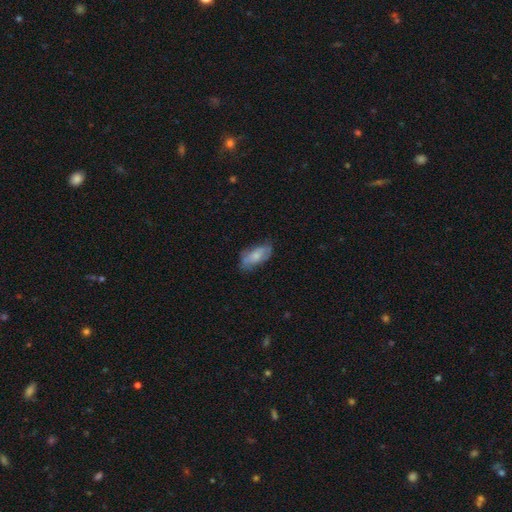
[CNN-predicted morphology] The model was most divided on "smooth or featured": smooth: 61%, featured or disk: 32%, star or artifact: 7%. More confident: how rounded — in between (87%); merging — none (60%).